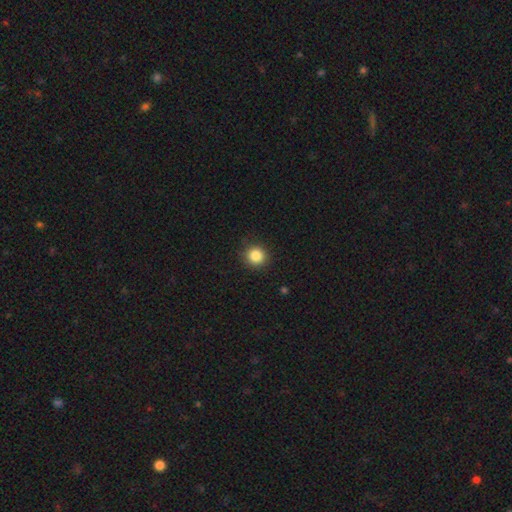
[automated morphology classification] smooth_or_featured: smooth (p=0.86) [alt: star or artifact p=0.11]
how_rounded: round (p=0.94) [alt: in between p=0.05]
merging: none (p=0.90) [alt: minor disturbance p=0.07]